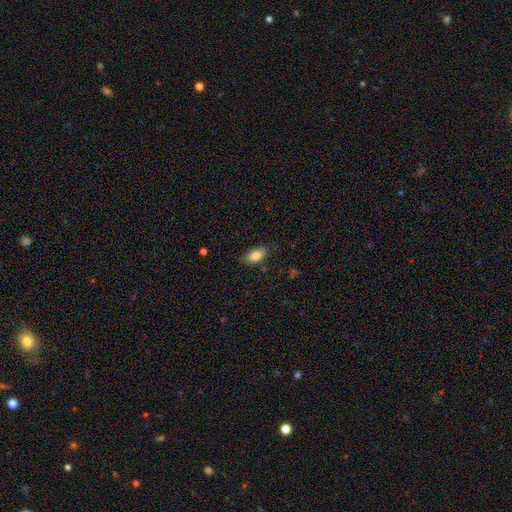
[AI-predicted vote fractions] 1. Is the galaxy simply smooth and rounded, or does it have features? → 83% smooth, 10% featured or disk, 7% star or artifact.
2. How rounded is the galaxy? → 89% in between, 7% cigar-shaped, 4% round.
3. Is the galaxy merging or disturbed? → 79% none, 16% minor disturbance, 3% major disturbance, 1% merger.